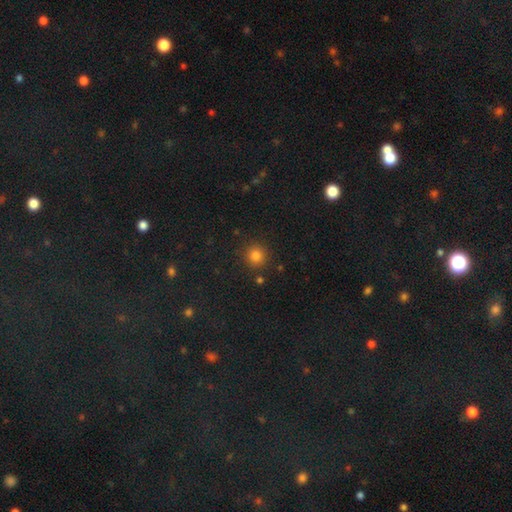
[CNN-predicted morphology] The model was most divided on "smooth or featured": smooth: 81%, star or artifact: 14%, featured or disk: 5%. More confident: how rounded — round (92%); merging — none (87%).